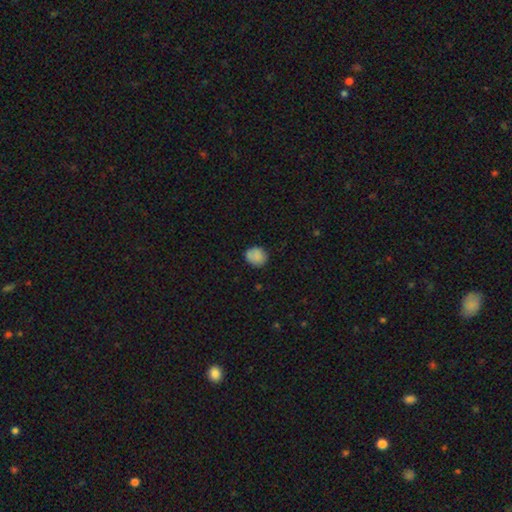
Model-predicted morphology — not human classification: type=smooth (83%); roundness=round (79%); merging=none (78%).